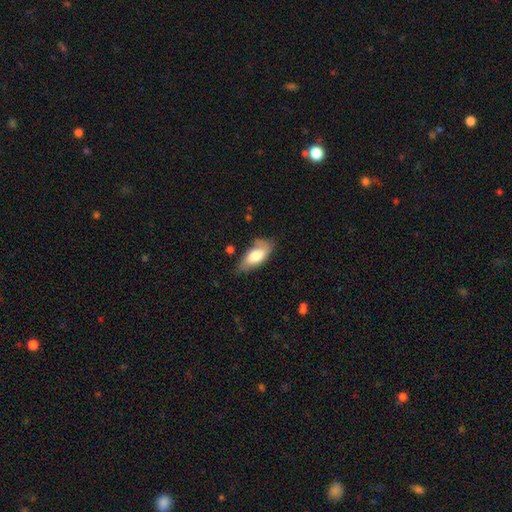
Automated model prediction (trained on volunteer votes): smooth-or-featured: smooth: 72% | featured or disk: 22% | star or artifact: 6%
  how-rounded: in between: 84% | cigar-shaped: 13% | round: 3%
  merging: none: 59% | minor disturbance: 30% | major disturbance: 8% | merger: 3%